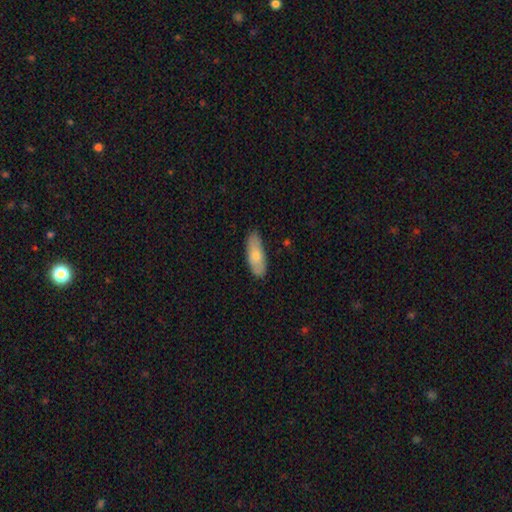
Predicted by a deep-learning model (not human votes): Morphology: type=smooth (68%); roundness=in between (69%); merging=none (84%).